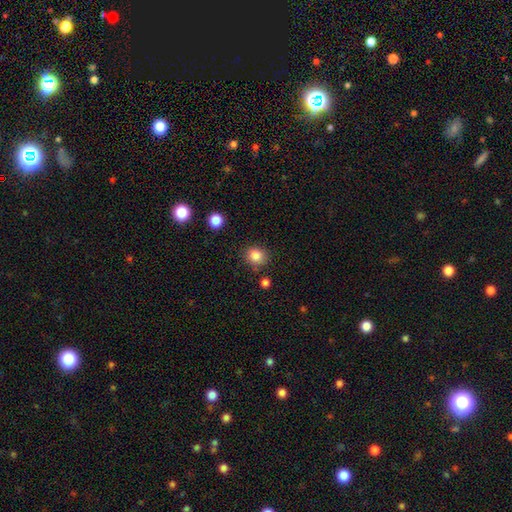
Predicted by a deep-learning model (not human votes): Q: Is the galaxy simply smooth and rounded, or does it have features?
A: smooth — 85%.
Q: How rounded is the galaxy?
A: round — 78%.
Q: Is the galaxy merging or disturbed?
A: none — 81%.